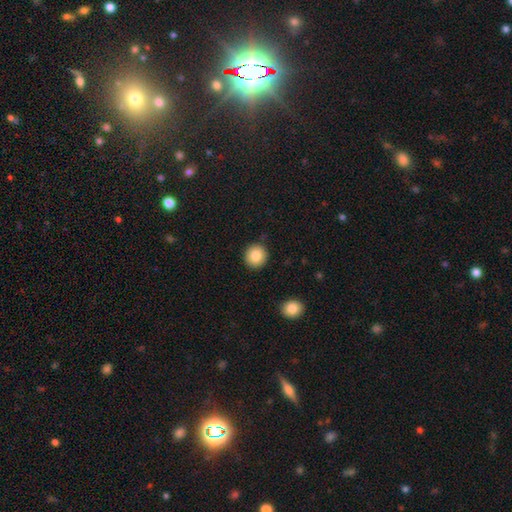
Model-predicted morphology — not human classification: This appears to be a smooth galaxy with no disk features (84%) that is round (93%). Merging: none (91%).